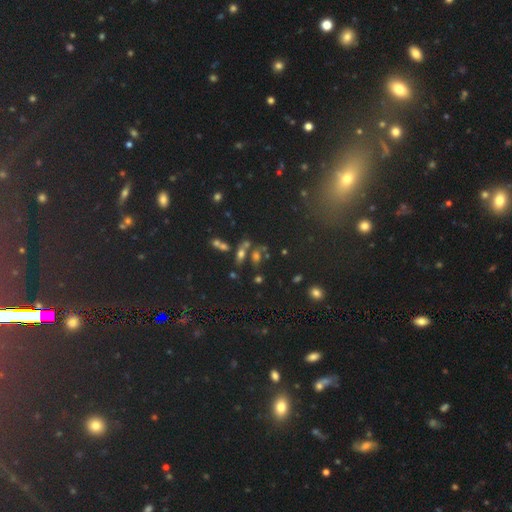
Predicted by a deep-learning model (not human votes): A smooth galaxy with no disk features (42%). Merging: none (54%).